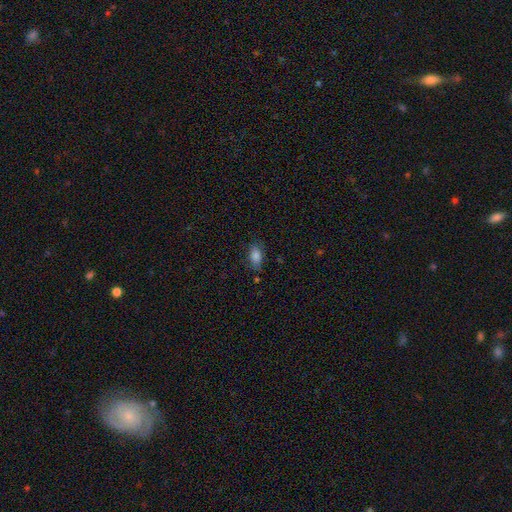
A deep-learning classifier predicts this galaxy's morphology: Smooth or featured? Predicted: smooth (p=0.84). How rounded? Predicted: in between (p=0.90). Merging? Predicted: none (p=0.75).